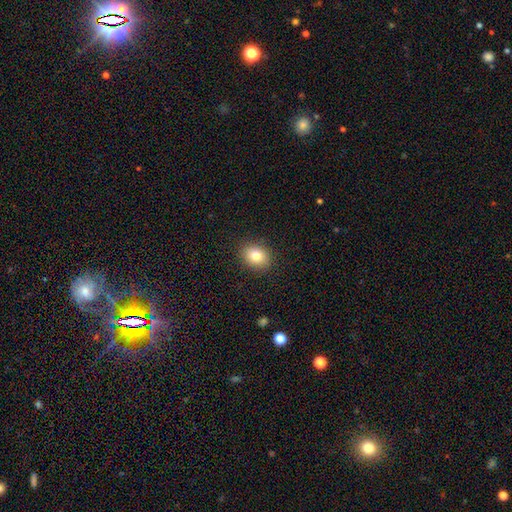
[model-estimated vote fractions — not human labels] Smooth or featured?
  - smooth: 80% *
  - star or artifact: 10%
  - featured or disk: 10%
How rounded?
  - in between: 53% *
  - round: 46%
  - cigar-shaped: 1%
Merging?
  - none: 89% *
  - minor disturbance: 8%
  - major disturbance: 2%
  - merger: 1%